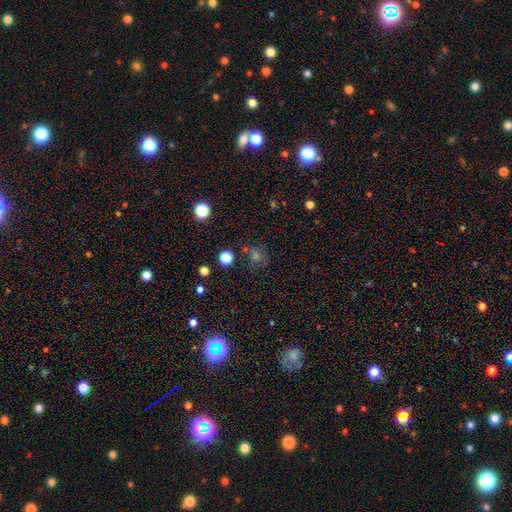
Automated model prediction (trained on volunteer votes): smooth_or_featured: smooth (p=0.43) [alt: star or artifact p=0.41]
merging: none (p=0.71) [alt: minor disturbance p=0.15]